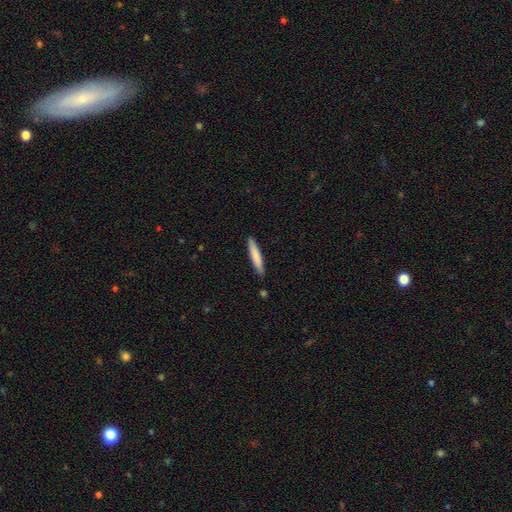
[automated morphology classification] A smooth galaxy with no disk features (78%) that is cigar-shaped (92%).

Vote fractions:
- Smooth or featured? smooth: 78% / featured or disk: 17% / star or artifact: 5%
- How rounded? cigar-shaped: 92% / in between: 7% / round: 1%
- Merging? none: 88% / minor disturbance: 9% / merger: 2% / major disturbance: 2%